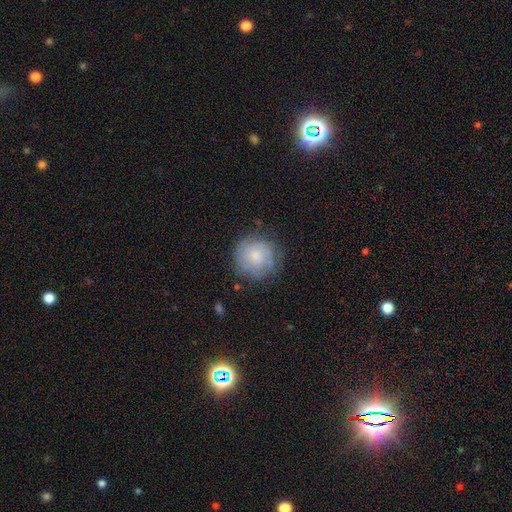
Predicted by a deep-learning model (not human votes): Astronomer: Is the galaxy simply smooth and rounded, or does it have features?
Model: smooth — 55% (runner-up: featured or disk, 37%).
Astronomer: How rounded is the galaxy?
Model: round — 92%.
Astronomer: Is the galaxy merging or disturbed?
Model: none — 73%.